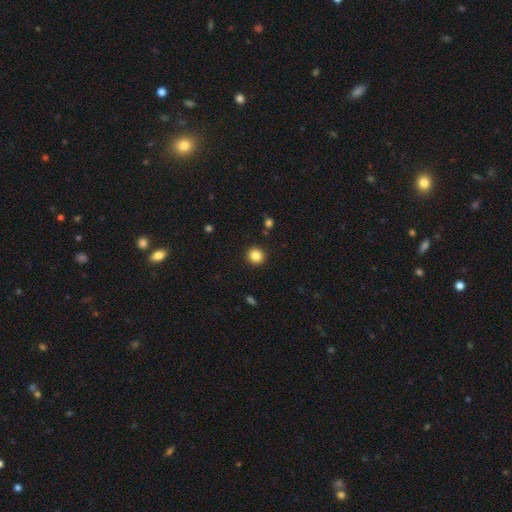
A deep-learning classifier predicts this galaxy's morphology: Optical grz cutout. It shows a smooth galaxy with no disk features (84%) that is round (93%). Merging: none (92%).